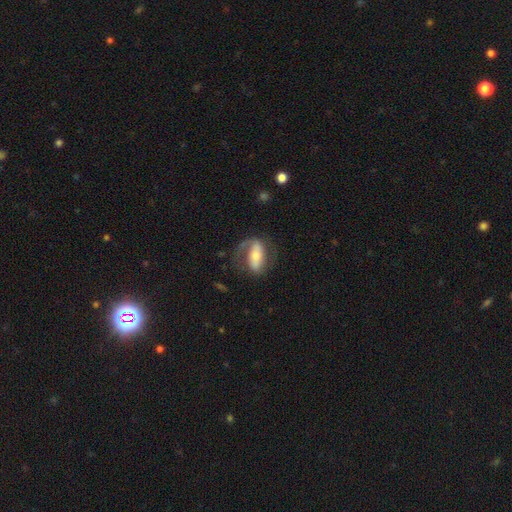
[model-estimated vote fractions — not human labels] A featured or disk galaxy (66%) with a strong bar (49%), 2 (65%) medium (43%) spiral arms (84%) and a moderate central bulge (47%).

Vote fractions:
- Smooth or featured? featured or disk: 66% / smooth: 27% / star or artifact: 6%
- Edge-on disk? no: 93% / yes: 7%
- Bar? strong: 49% / no: 26% / weak: 26%
- Spiral arms? yes: 84% / no: 16%
- Spiral winding? medium: 43% / loose: 35% / tight: 22%
- Spiral arm count? 2: 65% / 1: 27% / can't tell: 6% / 3: 1% / 4: 1% / more than 4: 1%
- Bulge size? moderate: 47% / small: 37% / large: 10% / none: 3% / dominant: 2%
- Merging? none: 57% / major disturbance: 22% / minor disturbance: 19% / merger: 2%